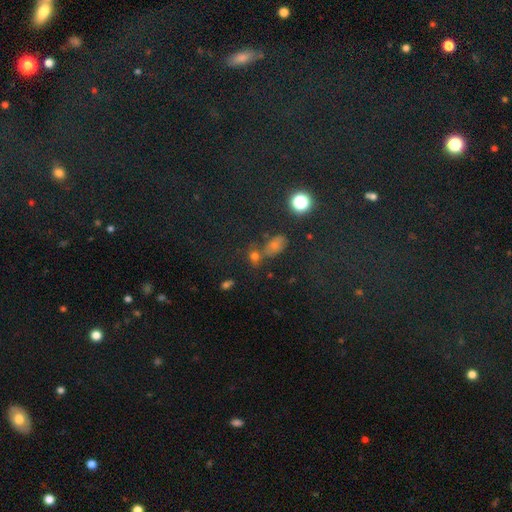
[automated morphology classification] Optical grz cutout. It shows a smooth galaxy with no disk features (47%). Merging: none (50%).